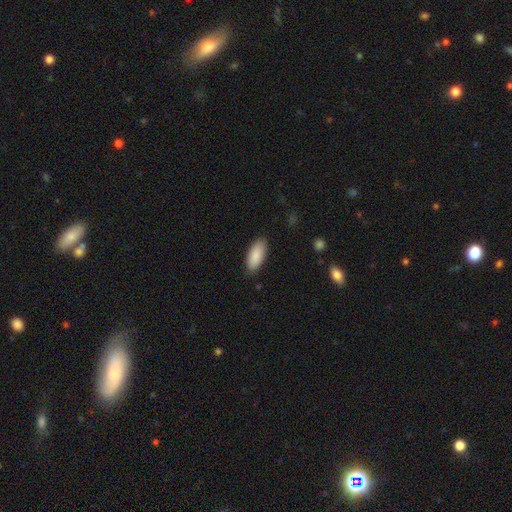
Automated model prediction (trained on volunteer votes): Overall: smooth (90%). How rounded: in between (87%). Merging: none (86%).